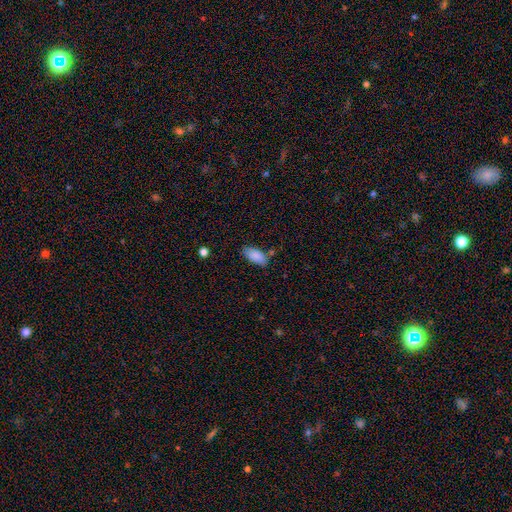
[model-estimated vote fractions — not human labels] Overall: smooth (88%). How rounded: in between (92%). Merging: none (72%).